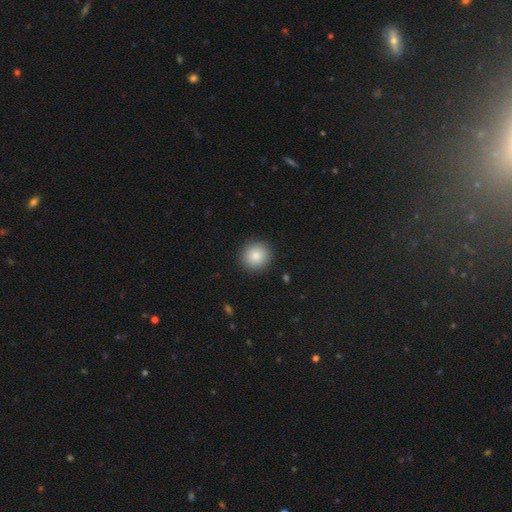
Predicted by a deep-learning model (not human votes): Morphology: type=smooth (87%); roundness=round (90%); merging=none (92%).